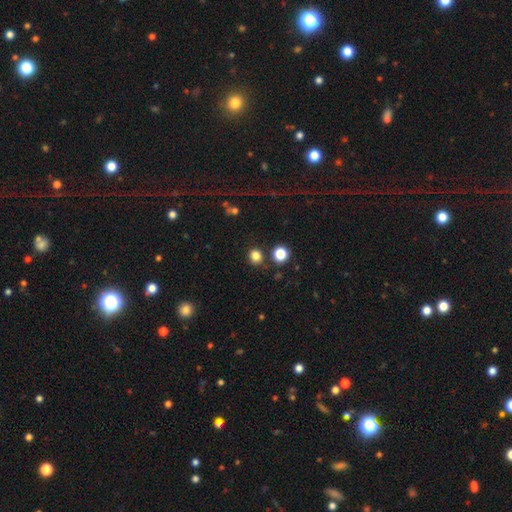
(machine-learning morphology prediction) smooth 81%, star or artifact 15%, featured or disk 5%. Down the decision tree: how rounded — round (84%); merging — none (83%).